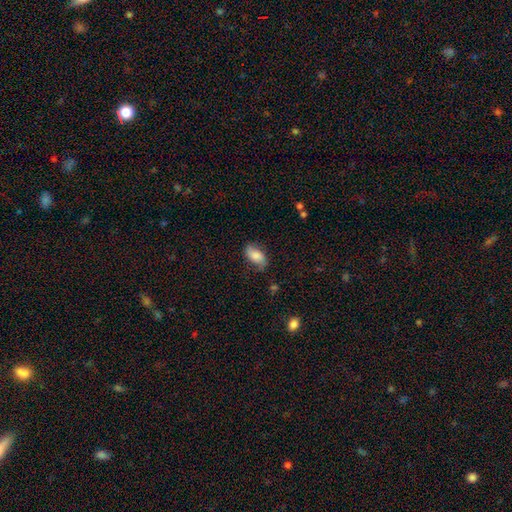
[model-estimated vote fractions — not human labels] Smooth or featured? Predicted: smooth (p=0.67). How rounded? Predicted: in between (p=0.92). Merging? Predicted: none (p=0.67).